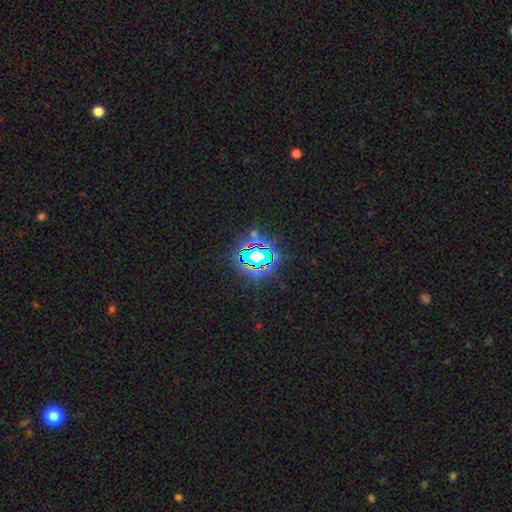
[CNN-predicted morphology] Smooth or featured? star or artifact (75%)